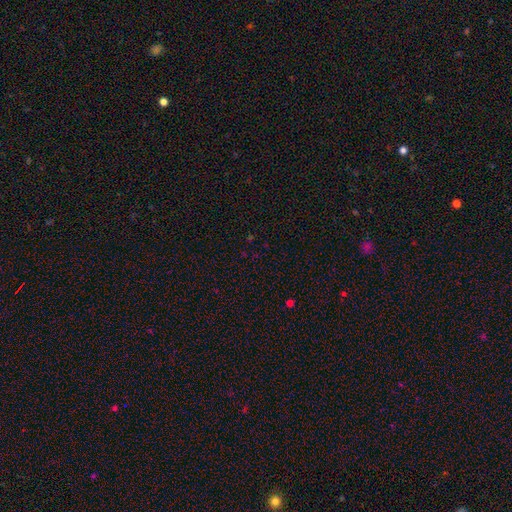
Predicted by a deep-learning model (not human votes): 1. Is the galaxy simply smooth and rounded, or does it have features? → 63% star or artifact, 30% smooth, 7% featured or disk.